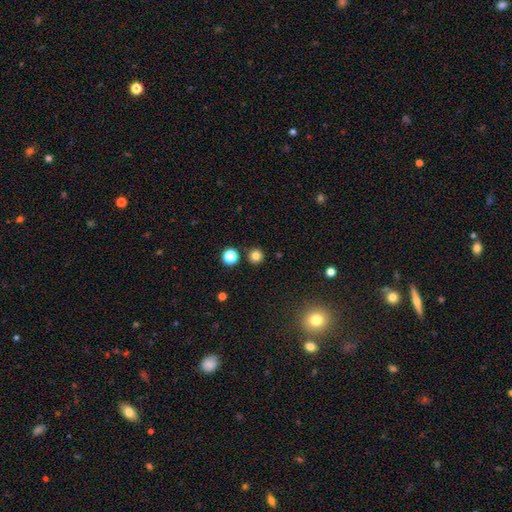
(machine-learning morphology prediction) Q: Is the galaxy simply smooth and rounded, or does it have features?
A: smooth — 80%.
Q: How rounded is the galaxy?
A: round — 95%.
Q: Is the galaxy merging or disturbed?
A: none — 89%.